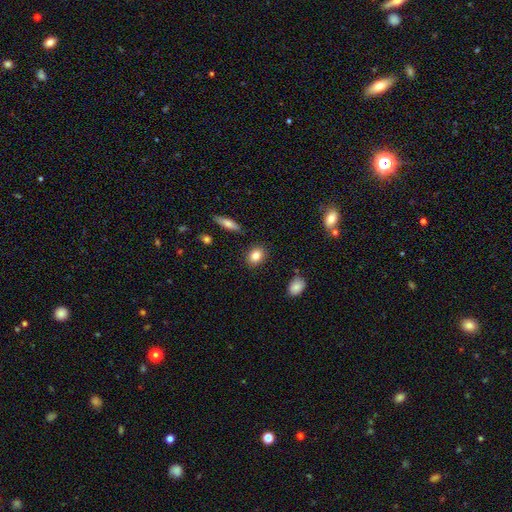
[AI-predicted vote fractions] smooth_or_featured: smooth (p=0.83) [alt: featured or disk p=0.09]
how_rounded: in between (p=0.62) [alt: round p=0.36]
merging: none (p=0.88) [alt: minor disturbance p=0.09]